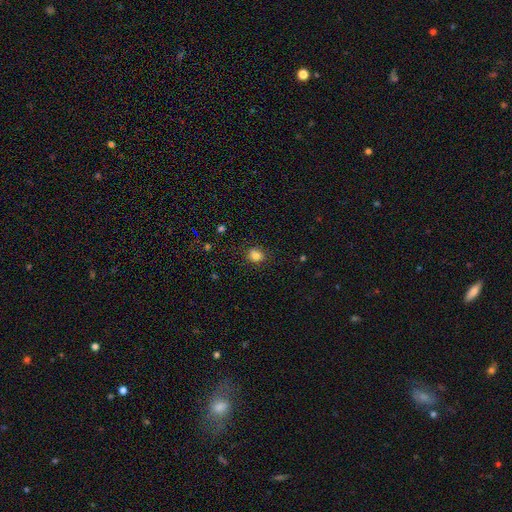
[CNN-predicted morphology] A smooth galaxy with no disk features (81%) that is round (71%).

Vote fractions:
- Smooth or featured? smooth: 81% / star or artifact: 13% / featured or disk: 6%
- How rounded? round: 71% / in between: 28% / cigar-shaped: 1%
- Merging? none: 79% / minor disturbance: 15% / major disturbance: 4% / merger: 2%